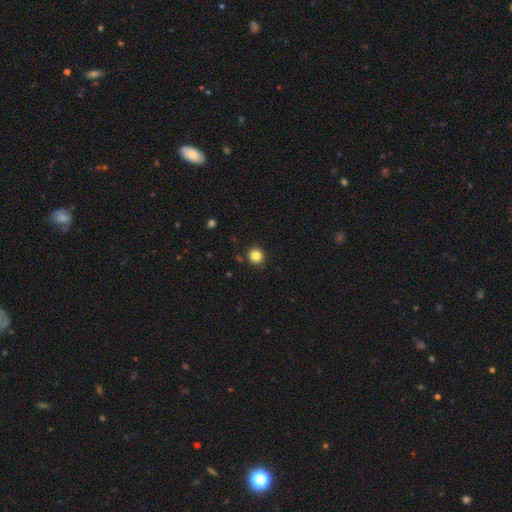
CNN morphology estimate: smooth-or-featured: smooth: 85% | star or artifact: 11% | featured or disk: 5%
  how-rounded: round: 88% | in between: 12% | cigar-shaped: 1%
  merging: none: 90% | minor disturbance: 7% | merger: 2% | major disturbance: 2%